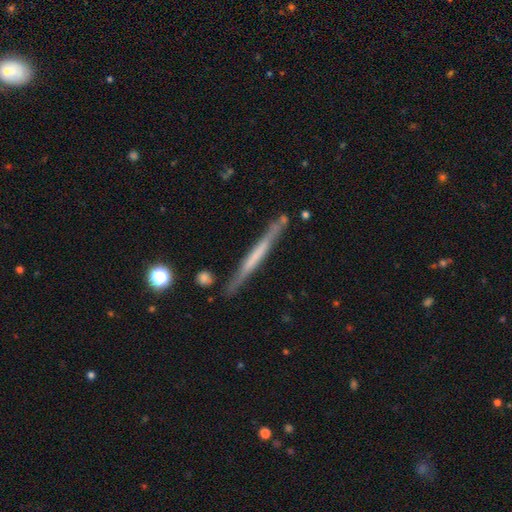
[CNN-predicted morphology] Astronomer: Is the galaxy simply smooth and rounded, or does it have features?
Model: featured or disk — 56% (runner-up: smooth, 38%).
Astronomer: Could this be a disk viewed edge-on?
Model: yes — 96%.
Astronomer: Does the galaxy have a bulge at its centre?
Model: none — 78%.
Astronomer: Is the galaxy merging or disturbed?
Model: none — 82%.